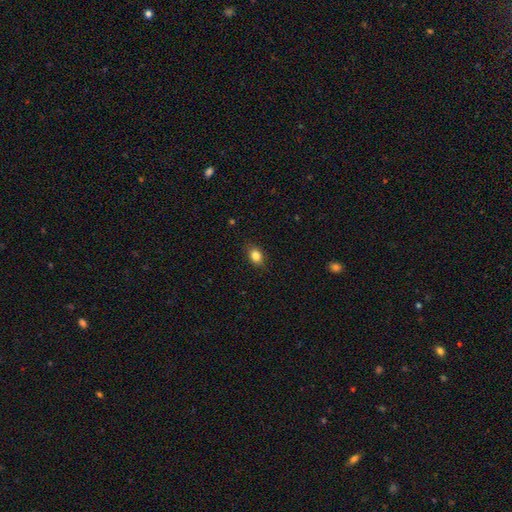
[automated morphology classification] smooth 84%, star or artifact 10%, featured or disk 7%. Down the decision tree: how rounded — in between (70%); merging — none (85%).